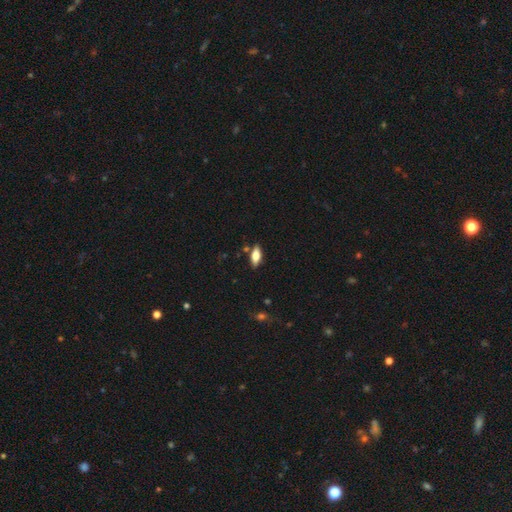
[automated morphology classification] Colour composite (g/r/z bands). It shows a smooth galaxy with no disk features (67%) that is in between round and cigar-shaped (77%). Merging: none (82%).